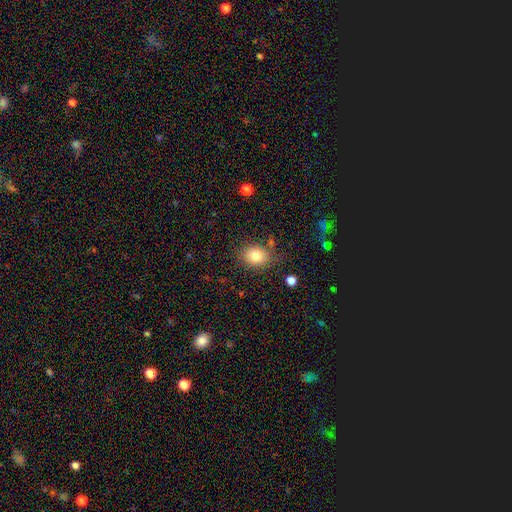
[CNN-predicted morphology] A smooth galaxy with no disk features (82%) that is in between round and cigar-shaped (50%, tied with round). Merging: none (77%).